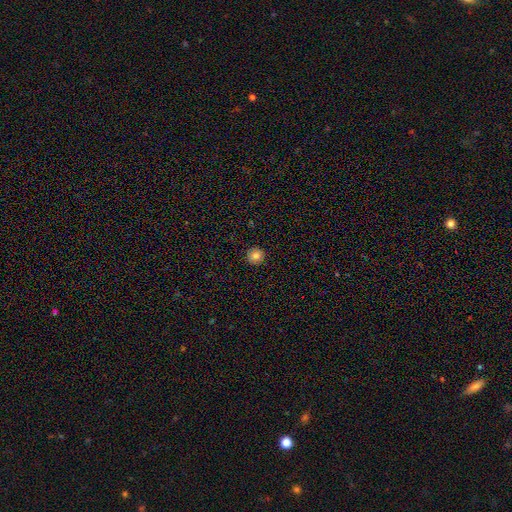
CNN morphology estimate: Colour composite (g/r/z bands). It shows a smooth galaxy with no disk features (82%) that is round (93%). Merging: none (92%).